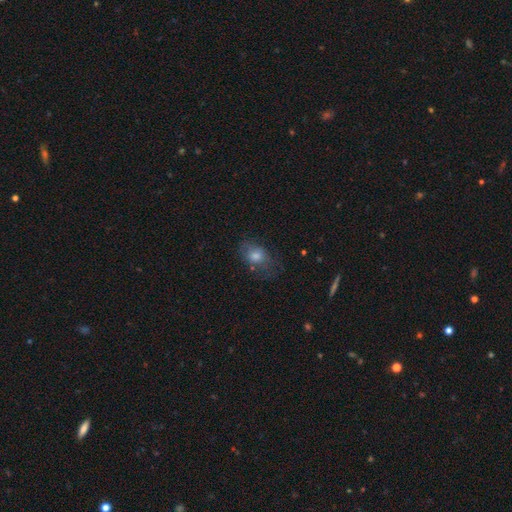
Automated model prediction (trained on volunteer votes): Overall: smooth (65%). How rounded: in between (68%; round 30%). Merging: none (57%; minor disturbance 25%).